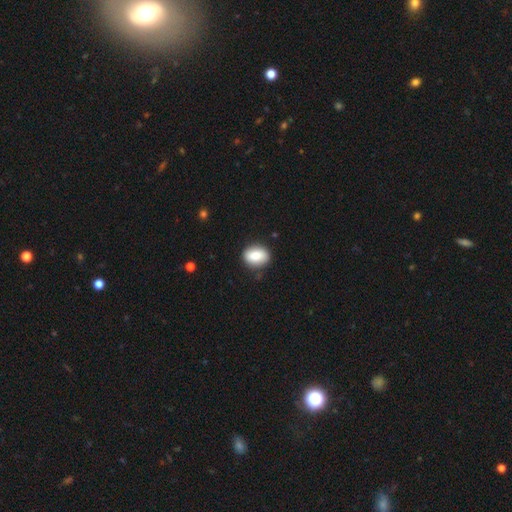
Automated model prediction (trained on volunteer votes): Smooth or featured? Predicted: smooth (p=0.80). How rounded? Predicted: in between (p=0.65). Merging? Predicted: none (p=0.85).